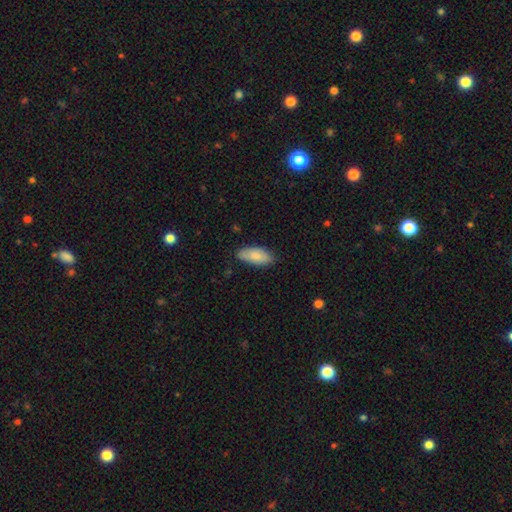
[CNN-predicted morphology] Smooth or featured?
  - smooth: 82% *
  - featured or disk: 12%
  - star or artifact: 6%
How rounded?
  - in between: 88% *
  - cigar-shaped: 10%
  - round: 2%
Merging?
  - none: 77% *
  - minor disturbance: 19%
  - major disturbance: 3%
  - merger: 1%